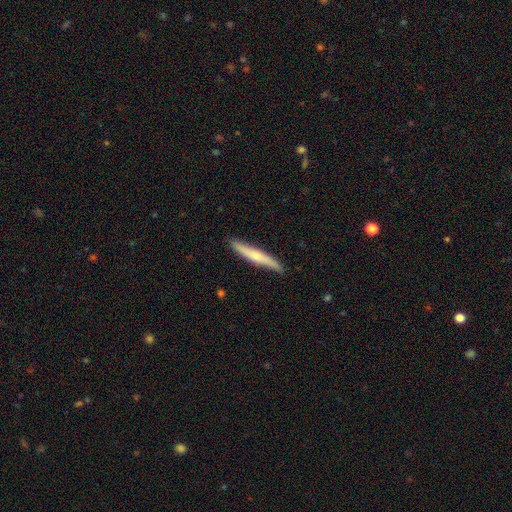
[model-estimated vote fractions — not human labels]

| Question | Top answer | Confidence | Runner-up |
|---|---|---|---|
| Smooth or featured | featured or disk | 48% | smooth (47%) |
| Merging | none | 86% | minor disturbance (11%) |